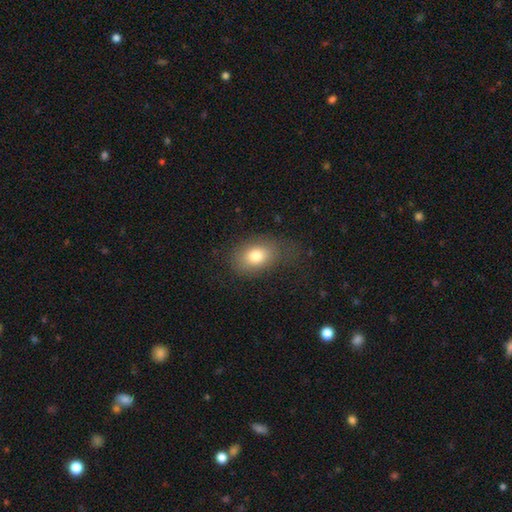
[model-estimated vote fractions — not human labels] Smooth or featured? Predicted: smooth (p=0.78). How rounded? Predicted: in between (p=0.78). Merging? Predicted: none (p=0.64).